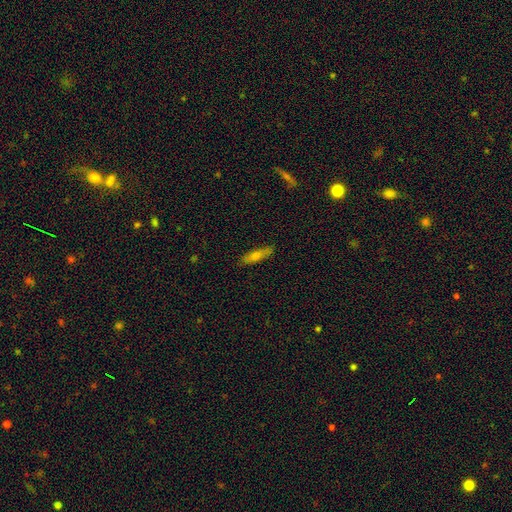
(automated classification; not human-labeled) This appears to be a smooth galaxy with no disk features (58%) that is cigar-shaped (78%). Merging: none (85%).